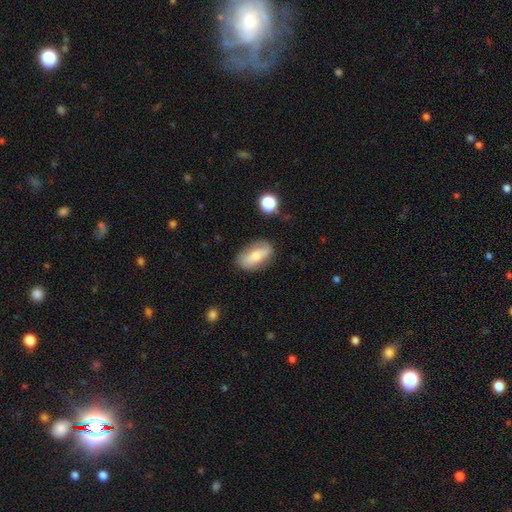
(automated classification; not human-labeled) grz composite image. It shows a smooth galaxy with no disk features (60%) that is in between round and cigar-shaped (88%). Merging: none (77%).